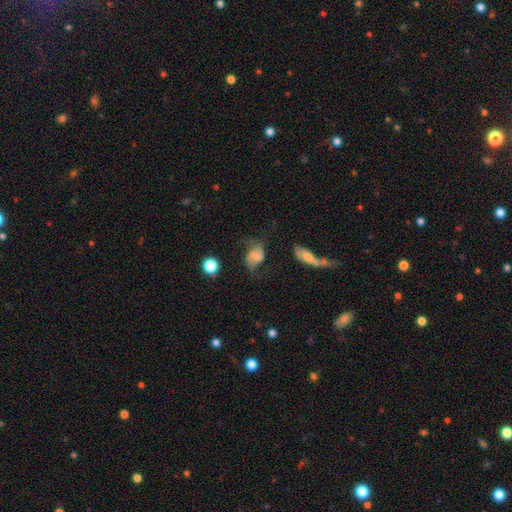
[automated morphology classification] This appears to be a featured or disk galaxy (55%) with a weak bar (43%), spiral arms (87%) and no central bulge (34%). Merging: none (51%).